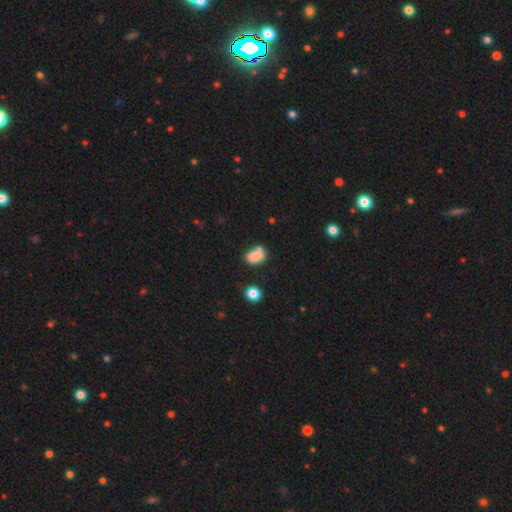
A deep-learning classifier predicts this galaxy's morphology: The model was most divided on "merging": none: 52%, minor disturbance: 21%, merger: 20%, major disturbance: 6%. More confident: smooth or featured — smooth (82%); how rounded — in between (78%).